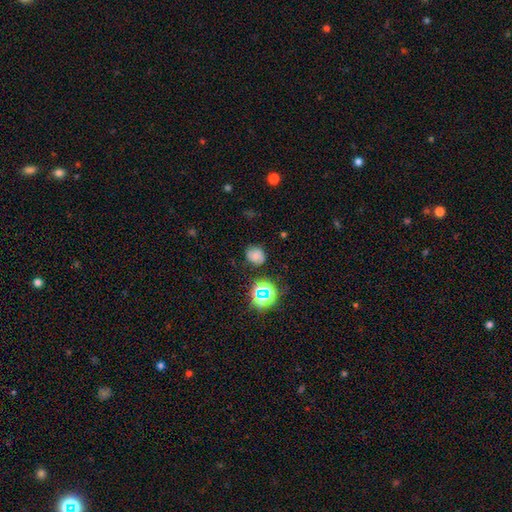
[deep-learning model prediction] This appears to be a smooth galaxy with no disk features (62%) that is round (70%). Merging: none (75%).